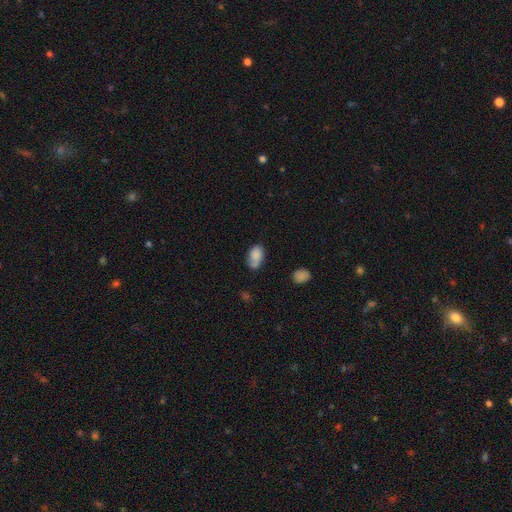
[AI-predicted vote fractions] smooth-or-featured: smooth: 80% | featured or disk: 12% | star or artifact: 8%
  how-rounded: in between: 90% | round: 9% | cigar-shaped: 2%
  merging: none: 56% | minor disturbance: 29% | major disturbance: 8% | merger: 7%